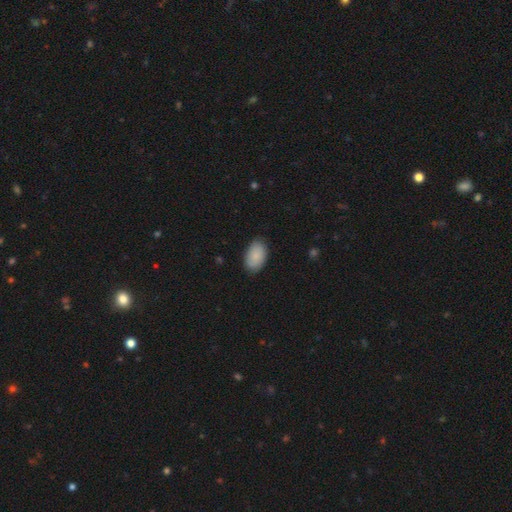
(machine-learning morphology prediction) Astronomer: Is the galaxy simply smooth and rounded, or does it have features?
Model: smooth — 86%.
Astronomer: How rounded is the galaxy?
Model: in between — 93%.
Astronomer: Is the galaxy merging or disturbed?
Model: none — 83%.